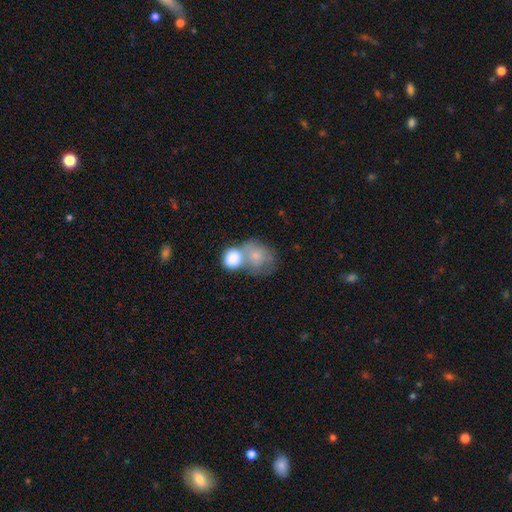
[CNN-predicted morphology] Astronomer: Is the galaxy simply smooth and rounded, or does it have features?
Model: smooth — 72%.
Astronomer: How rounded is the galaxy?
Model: round — 60% (runner-up: in between, 39%).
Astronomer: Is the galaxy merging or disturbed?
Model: merger — 67%.